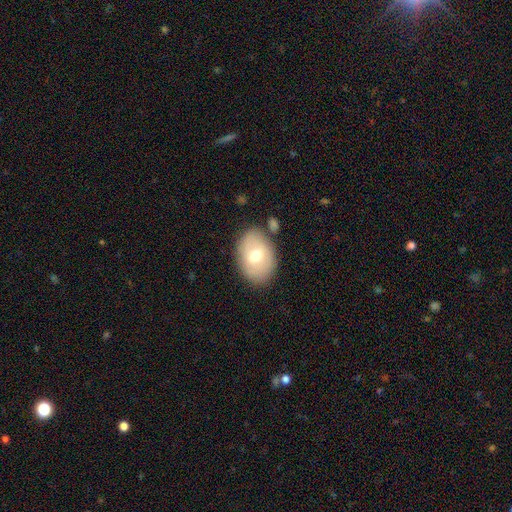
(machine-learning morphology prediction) This appears to be a smooth galaxy with no disk features (64%) that is in between round and cigar-shaped (80%). Merging: none (77%).